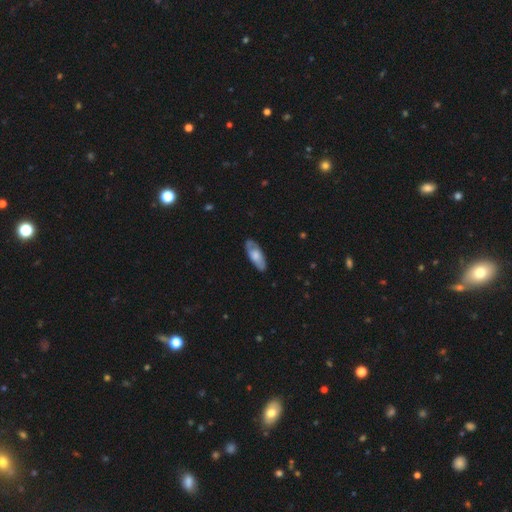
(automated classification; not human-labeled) The model was most divided on "smooth or featured": smooth: 57%, featured or disk: 37%, star or artifact: 6%. More confident: merging — none (80%); how rounded — in between (76%).